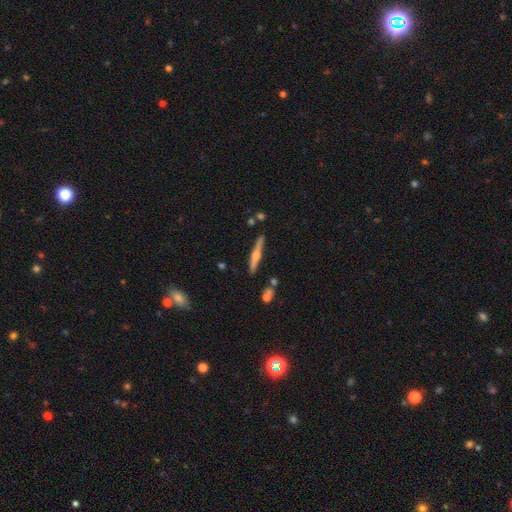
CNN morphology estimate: type=featured or disk (68%); edge-on=yes (97%); edge-on bulge=rounded (88%); merging=none (87%).